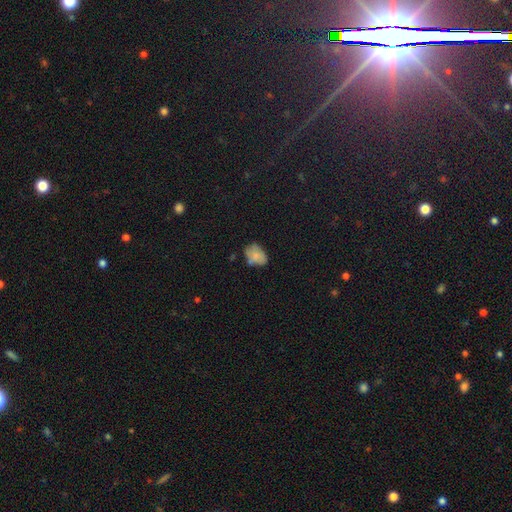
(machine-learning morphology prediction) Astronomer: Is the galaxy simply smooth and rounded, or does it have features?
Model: smooth — 73%.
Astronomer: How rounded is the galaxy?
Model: in between — 73%.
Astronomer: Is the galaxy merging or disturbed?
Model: none — 54% (runner-up: minor disturbance, 31%).